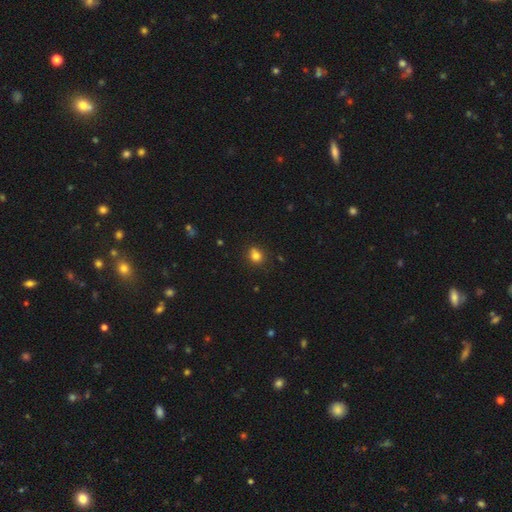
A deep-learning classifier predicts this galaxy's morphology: smooth 79%, star or artifact 13%, featured or disk 8%. Down the decision tree: how rounded — round (72%); merging — none (71%).